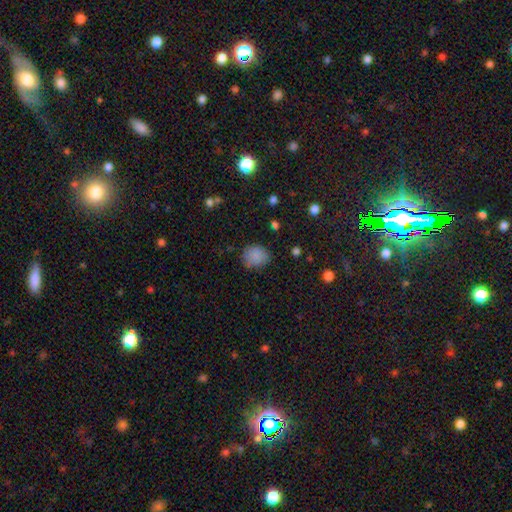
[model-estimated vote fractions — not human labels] A smooth galaxy with no disk features (84%) that is round (64%). Merging: none (75%).